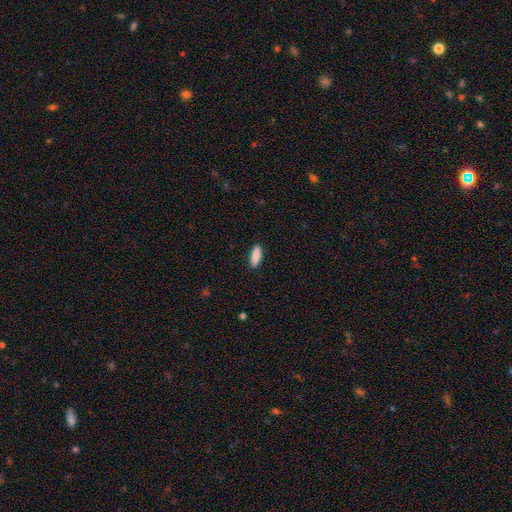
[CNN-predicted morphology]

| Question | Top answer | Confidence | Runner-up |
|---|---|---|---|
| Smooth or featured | smooth | 89% | star or artifact (6%) |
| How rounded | in between | 54% | cigar-shaped (44%) |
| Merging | none | 90% | minor disturbance (7%) |